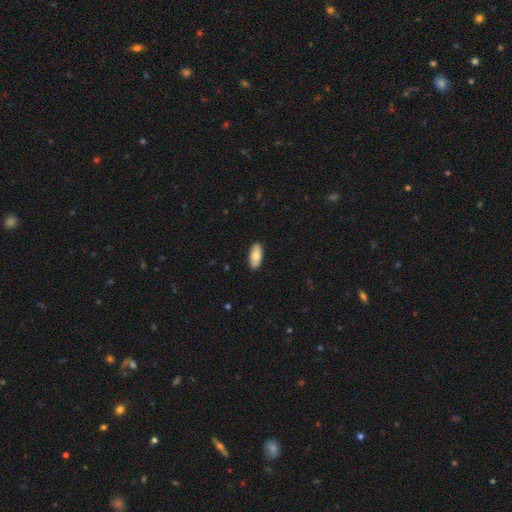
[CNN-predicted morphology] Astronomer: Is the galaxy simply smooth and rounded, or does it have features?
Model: smooth — 74%.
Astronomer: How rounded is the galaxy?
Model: in between — 88%.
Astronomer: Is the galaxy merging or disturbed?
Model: none — 90%.